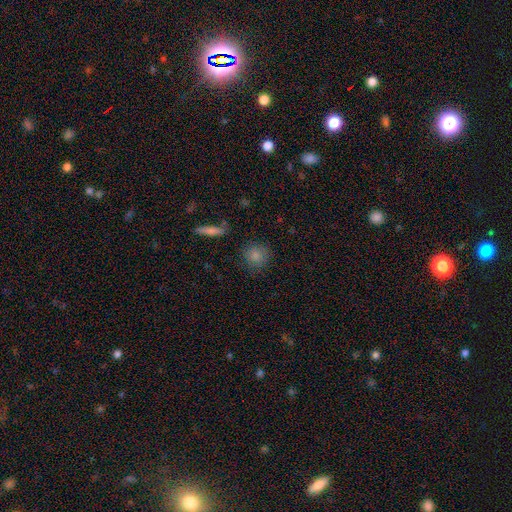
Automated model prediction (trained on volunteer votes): This appears to be a smooth galaxy with no disk features (84%) that is round (88%). Merging: none (83%).